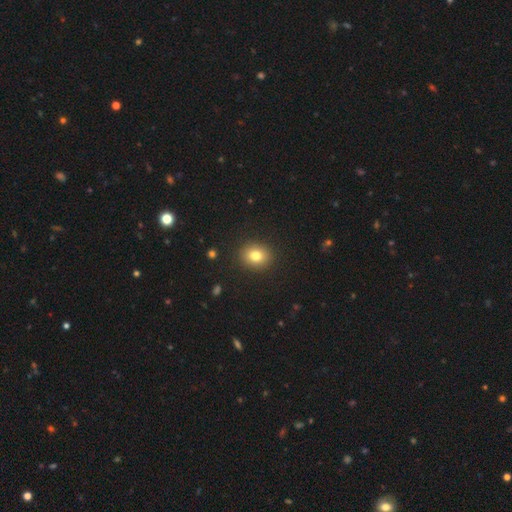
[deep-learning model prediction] A smooth galaxy with no disk features (80%) that is round (61%). Merging: none (90%).